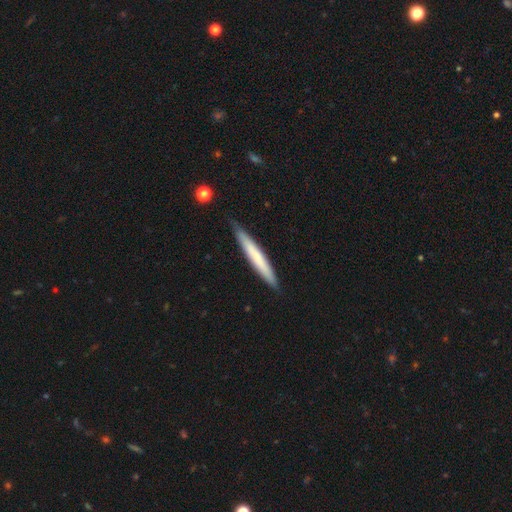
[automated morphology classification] The model was most divided on "smooth or featured": smooth: 62%, featured or disk: 32%, star or artifact: 6%. More confident: how rounded — cigar-shaped (96%); merging — none (86%).